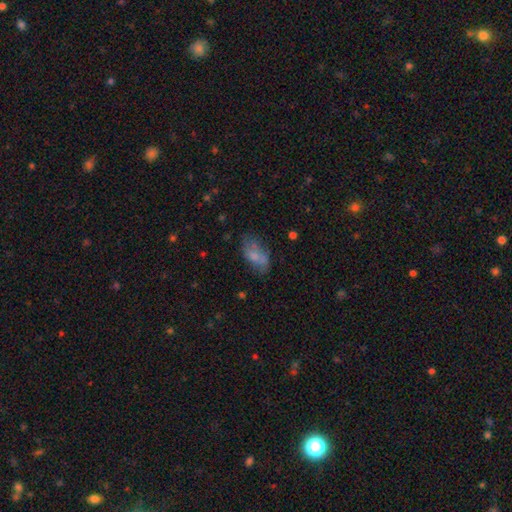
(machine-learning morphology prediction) Smooth or featured: smooth — 63% (featured or disk — 28%)
How rounded: in between — 90% (cigar-shaped — 6%)
Merging: none — 50% (minor disturbance — 28%)